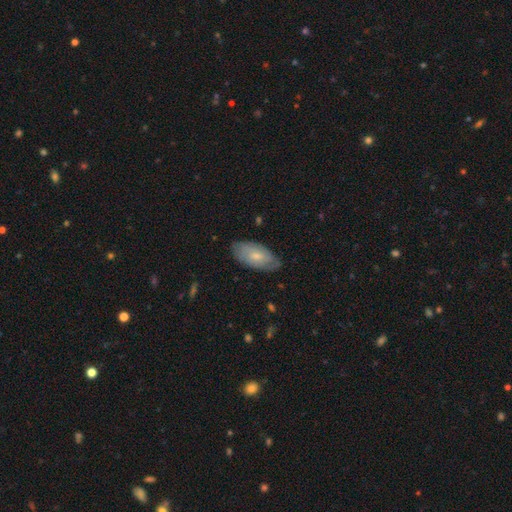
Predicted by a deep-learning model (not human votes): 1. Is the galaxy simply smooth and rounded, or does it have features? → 55% smooth, 39% featured or disk, 6% star or artifact.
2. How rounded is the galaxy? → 91% in between, 6% cigar-shaped, 3% round.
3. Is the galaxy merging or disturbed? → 75% none, 20% minor disturbance, 4% major disturbance, 1% merger.